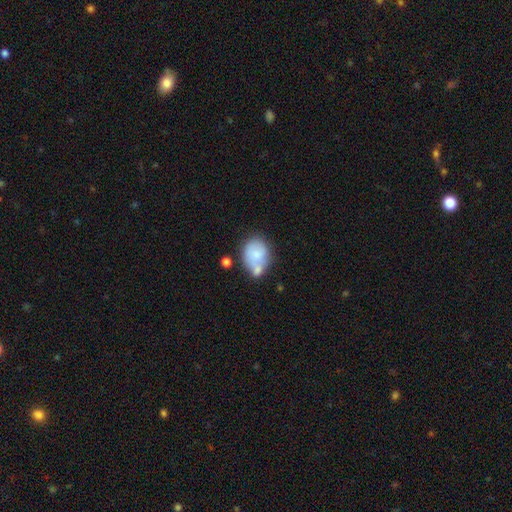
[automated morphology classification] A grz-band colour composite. It shows a smooth galaxy with no disk features (72%) that is in between round and cigar-shaped (50%). Merging: merger (38%).